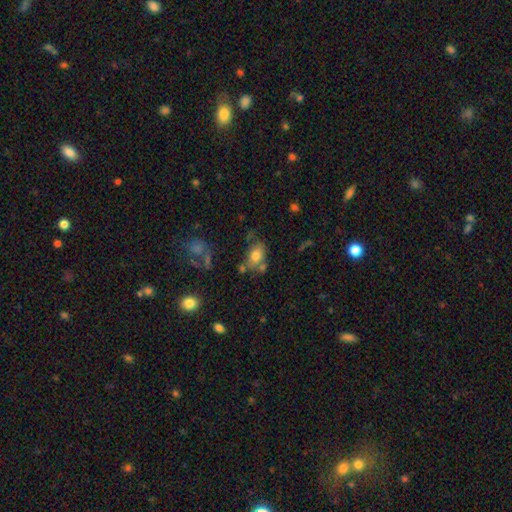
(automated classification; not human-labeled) A smooth galaxy with no disk features (76%) that is in between round and cigar-shaped (82%).

Vote fractions:
- Smooth or featured? smooth: 76% / featured or disk: 15% / star or artifact: 9%
- How rounded? in between: 82% / round: 16% / cigar-shaped: 2%
- Merging? none: 58% / minor disturbance: 18% / merger: 17% / major disturbance: 7%